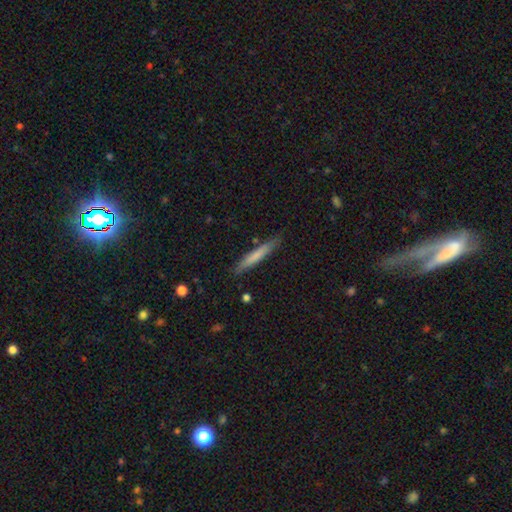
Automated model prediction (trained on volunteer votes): smooth 68%, featured or disk 26%, star or artifact 5%. Down the decision tree: how rounded — cigar-shaped (95%); merging — none (85%).